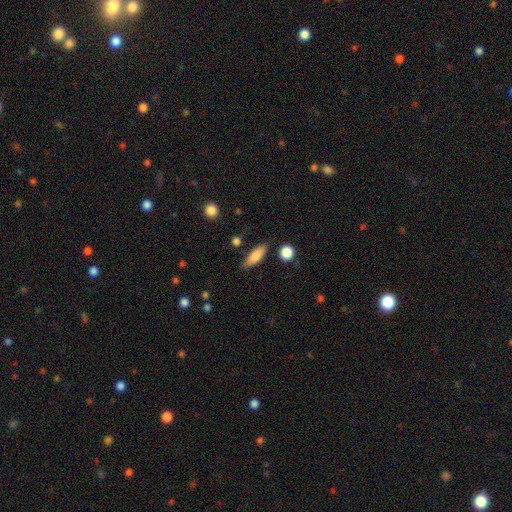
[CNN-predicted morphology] type=smooth (82%); roundness=in between (56%); merging=none (80%).